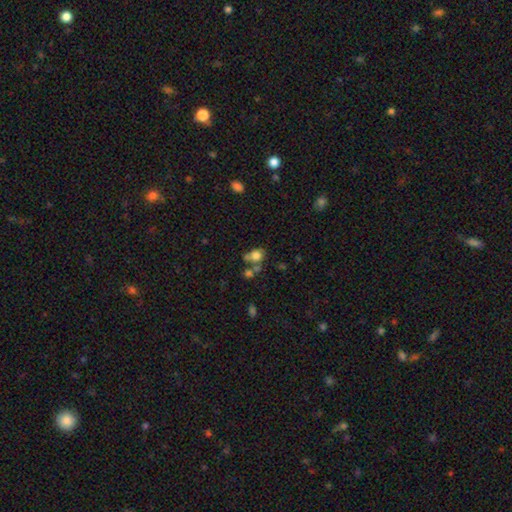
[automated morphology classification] This appears to be a smooth galaxy with no disk features (75%) that is round (63%). Merging: none (47%).